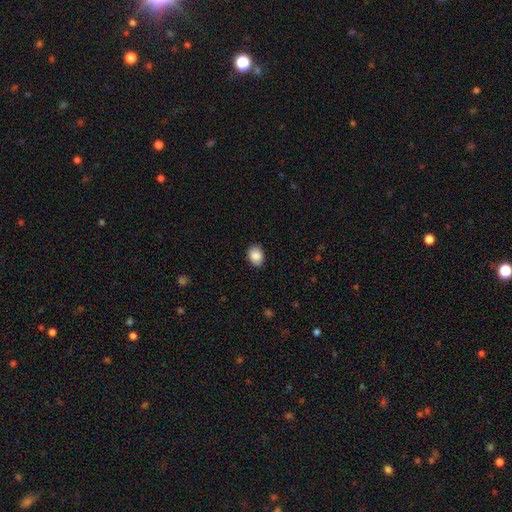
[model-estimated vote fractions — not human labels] Smooth or featured? smooth (89%)
How rounded? in between (69%)
Merging? none (87%)